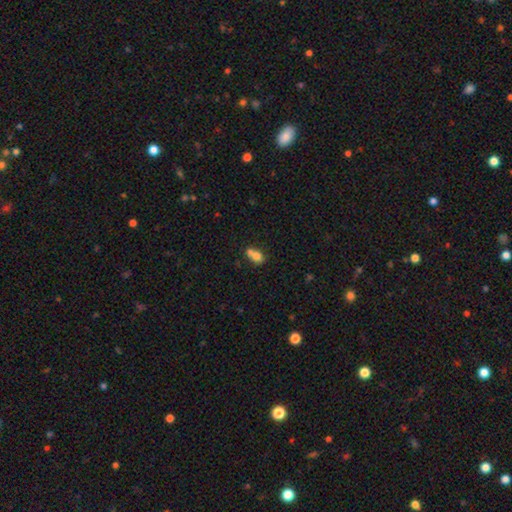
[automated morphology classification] Q: Smooth or featured?
A: smooth (74%); runner-up: featured or disk (16%)
Q: How rounded?
A: in between (57%); runner-up: round (41%)
Q: Merging?
A: merger (58%); runner-up: none (29%)